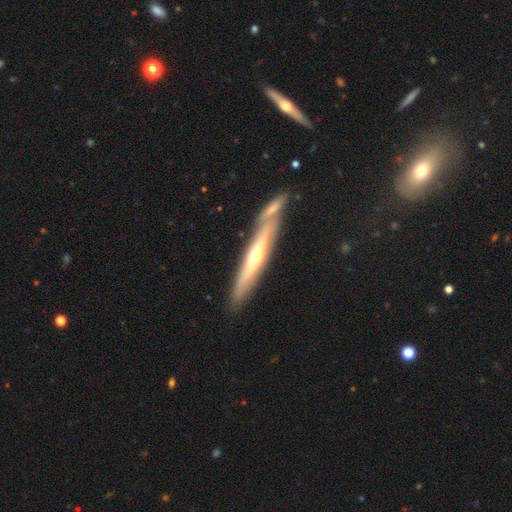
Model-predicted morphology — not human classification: This appears to be a featured or disk galaxy (72%) viewed edge-on (84%) with a rounded central bulge (75%). Merging: none (69%).